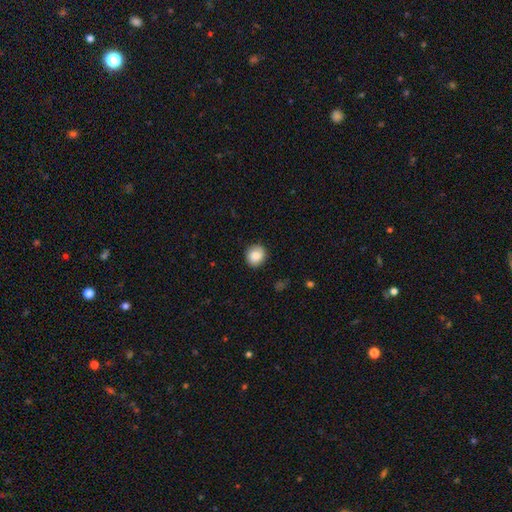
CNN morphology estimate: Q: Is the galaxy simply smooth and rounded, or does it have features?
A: smooth — 86%.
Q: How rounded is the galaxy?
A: round — 83%.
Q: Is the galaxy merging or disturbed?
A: none — 86%.